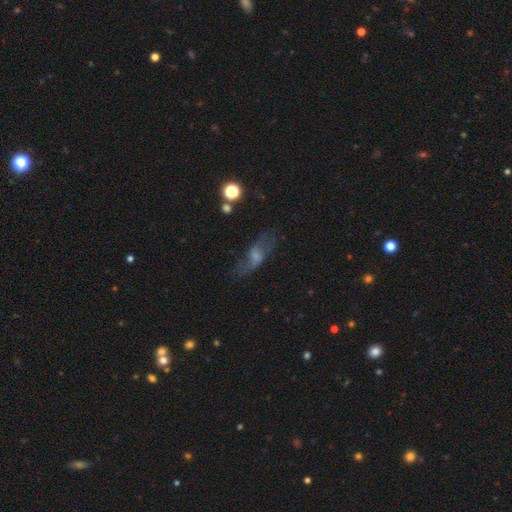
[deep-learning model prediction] This is possibly a featured or disk galaxy (55%). It is likely not viewed edge-on (79%). Merging: likely none (63%).